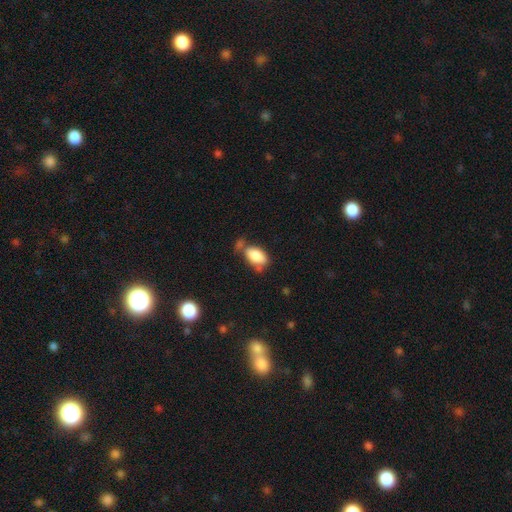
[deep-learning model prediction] Smooth or featured? smooth (85%)
How rounded? in between (93%)
Merging? none (47%)